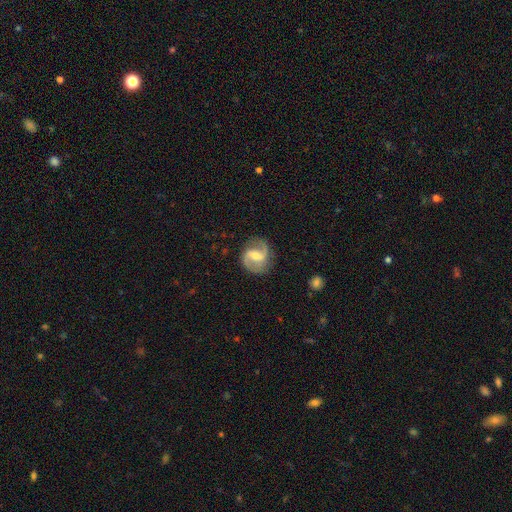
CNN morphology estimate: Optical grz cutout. It shows a featured or disk galaxy (87%) with a weak bar (49%), 2 (92%) medium (52%) spiral arms (97%) and a moderate central bulge (50%). Merging: none (82%).